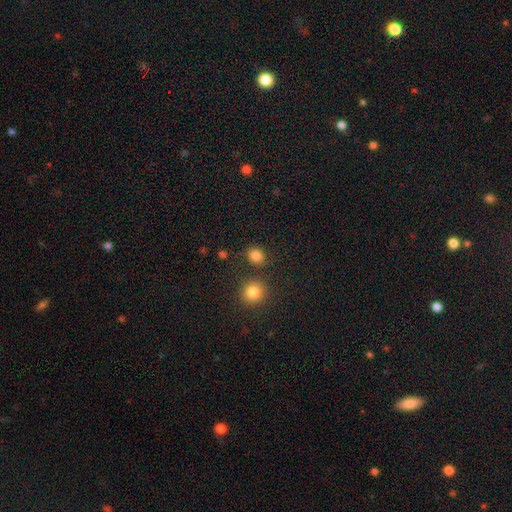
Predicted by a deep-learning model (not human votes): A smooth galaxy with no disk features (84%) that is round (67%).

Vote fractions:
- Smooth or featured? smooth: 84% / star or artifact: 12% / featured or disk: 4%
- How rounded? round: 67% / in between: 32% / cigar-shaped: 1%
- Merging? none: 78% / minor disturbance: 11% / merger: 7% / major disturbance: 4%